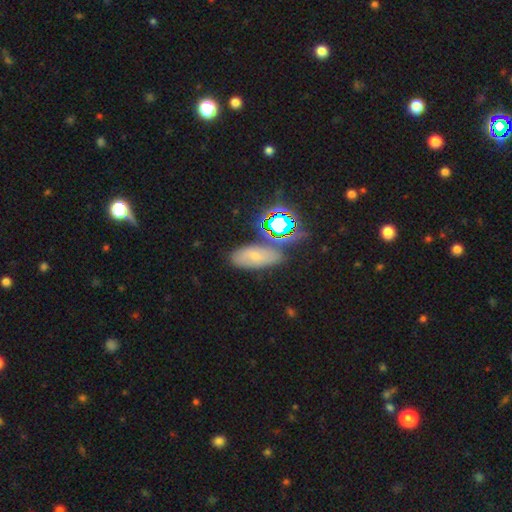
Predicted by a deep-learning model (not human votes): The model was most divided on "smooth or featured": smooth: 47%, star or artifact: 29%, featured or disk: 24%. More confident: merging — none (68%).